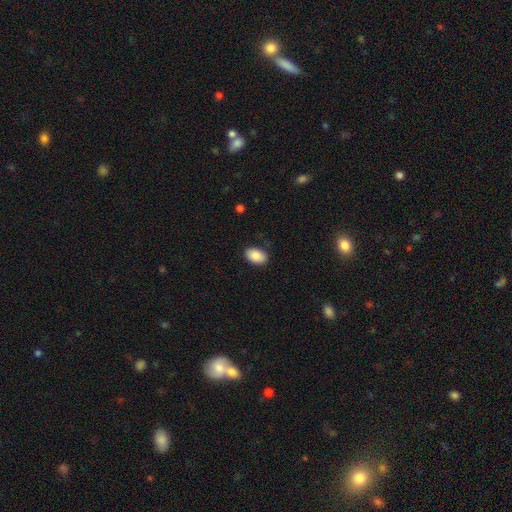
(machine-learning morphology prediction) Q: Smooth or featured?
A: smooth (88%); runner-up: star or artifact (7%)
Q: How rounded?
A: in between (91%); runner-up: round (8%)
Q: Merging?
A: none (87%); runner-up: minor disturbance (9%)